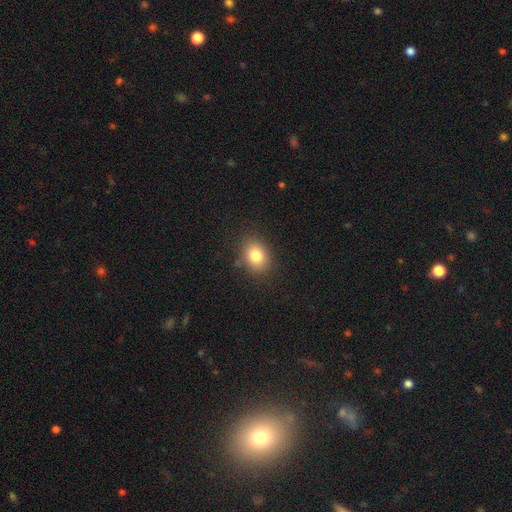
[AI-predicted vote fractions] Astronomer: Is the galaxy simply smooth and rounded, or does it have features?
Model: smooth — 81%.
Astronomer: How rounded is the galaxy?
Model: in between — 51% (runner-up: round, 48%).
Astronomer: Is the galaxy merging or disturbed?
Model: none — 83%.